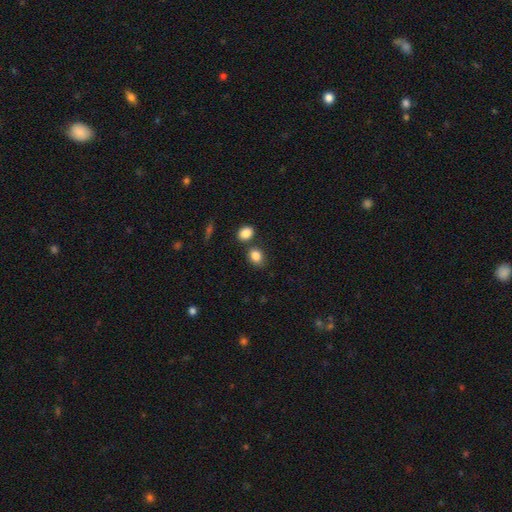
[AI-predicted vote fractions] smooth_or_featured: smooth (p=0.85) [alt: star or artifact p=0.09]
how_rounded: in between (p=0.59) [alt: round p=0.40]
merging: none (p=0.66) [alt: merger p=0.18]